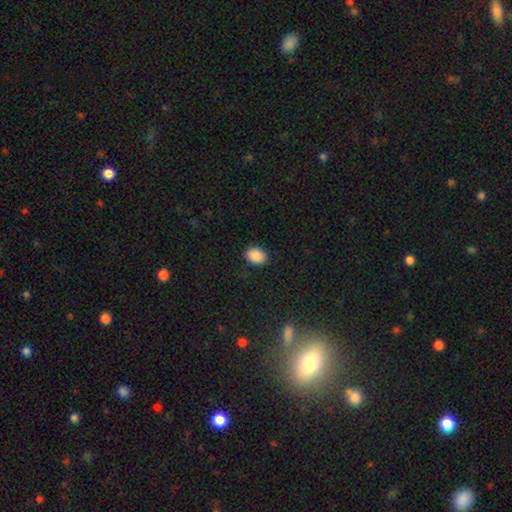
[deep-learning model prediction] The model was most divided on "how rounded": in between: 72%, round: 27%, cigar-shaped: 1%. More confident: smooth or featured — smooth (89%); merging — none (89%).